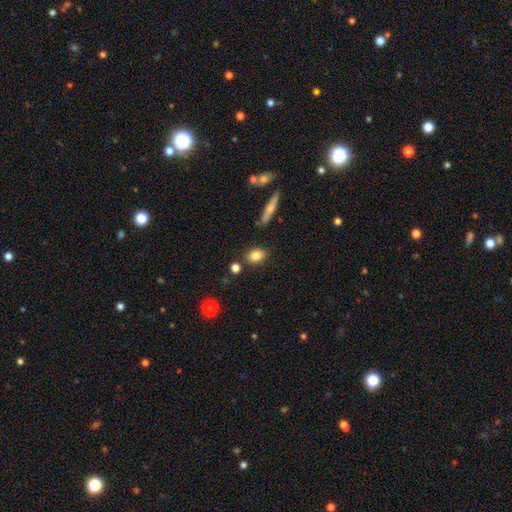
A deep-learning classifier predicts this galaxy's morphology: smooth 81%, featured or disk 10%, star or artifact 9%. Down the decision tree: how rounded — in between (56%); merging — none (81%).